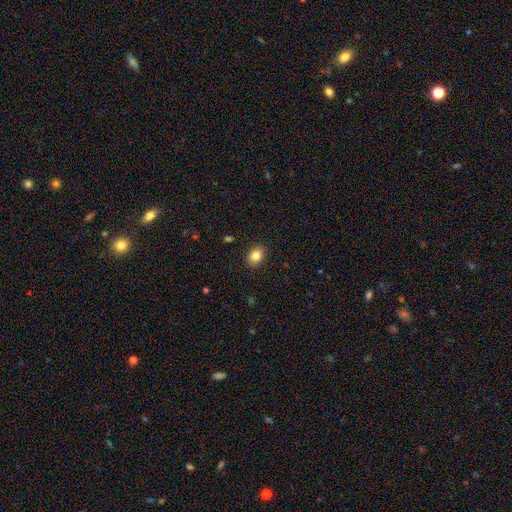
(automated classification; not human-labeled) A smooth galaxy with no disk features (84%) that is in between round and cigar-shaped (64%). Merging: none (89%).